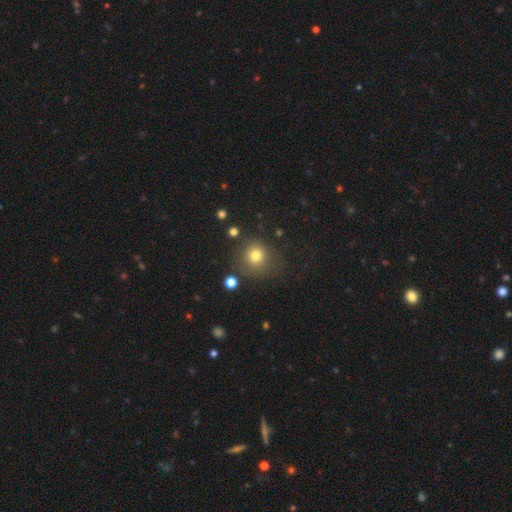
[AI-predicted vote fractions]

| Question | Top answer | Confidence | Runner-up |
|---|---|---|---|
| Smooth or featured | smooth | 78% | star or artifact (14%) |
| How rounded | round | 89% | in between (10%) |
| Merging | none | 74% | minor disturbance (15%) |